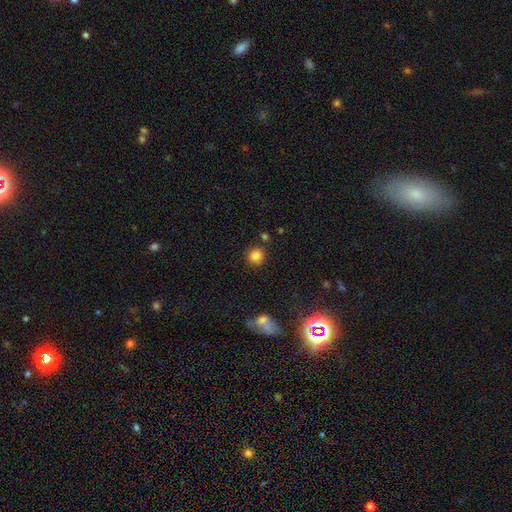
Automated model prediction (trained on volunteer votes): Overall: smooth (83%). How rounded: round (91%). Merging: none (82%).